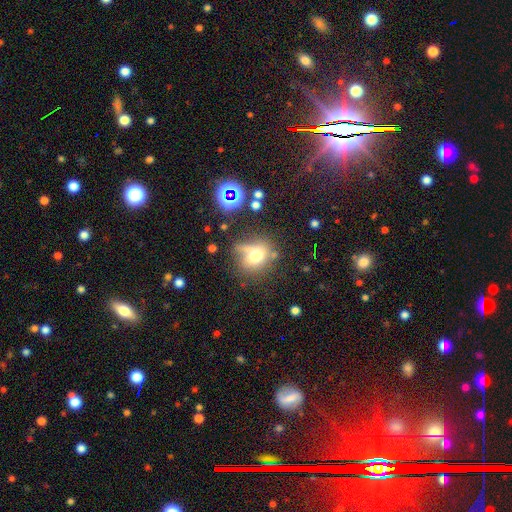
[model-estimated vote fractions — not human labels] Smooth or featured? Predicted: smooth (p=0.62). How rounded? Predicted: round (p=0.64). Merging? Predicted: none (p=0.49).